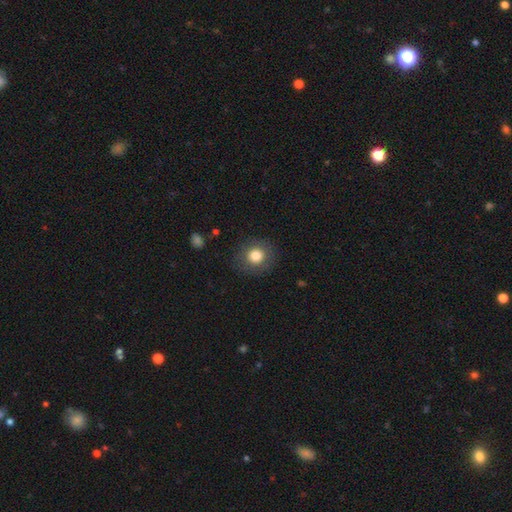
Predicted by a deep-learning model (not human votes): Smooth or featured? smooth (81%)
How rounded? round (85%)
Merging? none (86%)